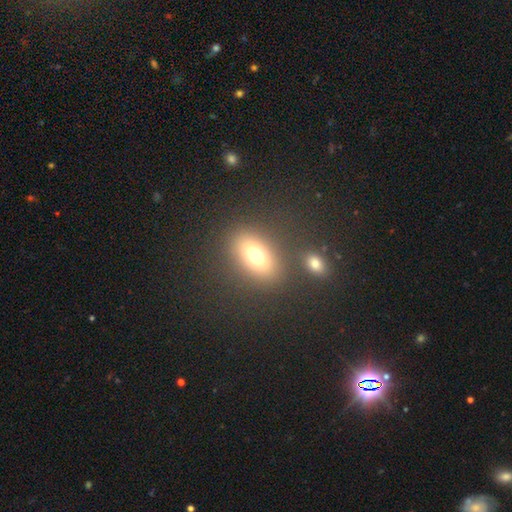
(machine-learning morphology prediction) smooth_or_featured: smooth (p=0.72) [alt: featured or disk p=0.15]
how_rounded: in between (p=0.75) [alt: round p=0.21]
merging: none (p=0.79) [alt: minor disturbance p=0.09]